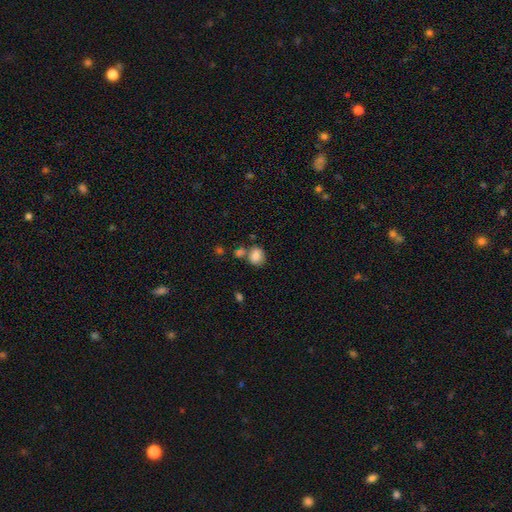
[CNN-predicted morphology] This appears to be a smooth galaxy with no disk features (84%) that is round (52%). Merging: none (55%).